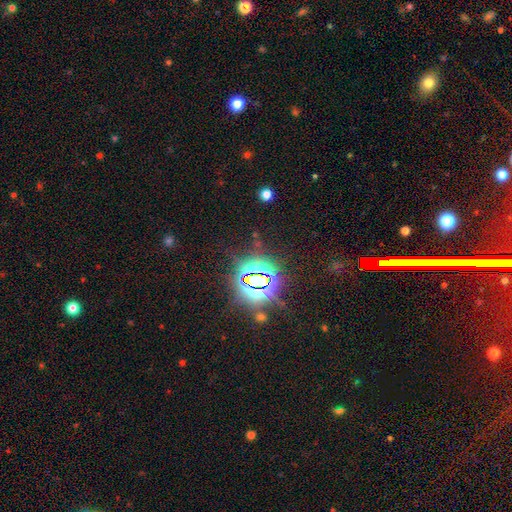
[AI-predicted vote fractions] The model was most divided on "smooth or featured": star or artifact: 82%, smooth: 9%, featured or disk: 8%.